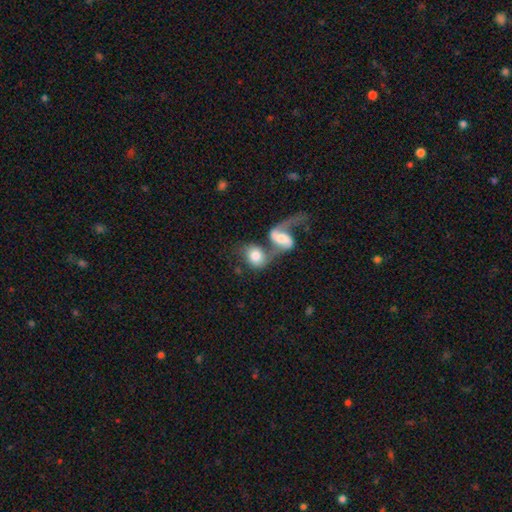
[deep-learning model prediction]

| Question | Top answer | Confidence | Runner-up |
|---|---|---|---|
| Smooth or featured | smooth | 57% | featured or disk (35%) |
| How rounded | round | 51% | in between (46%) |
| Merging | merger | 68% | none (17%) |